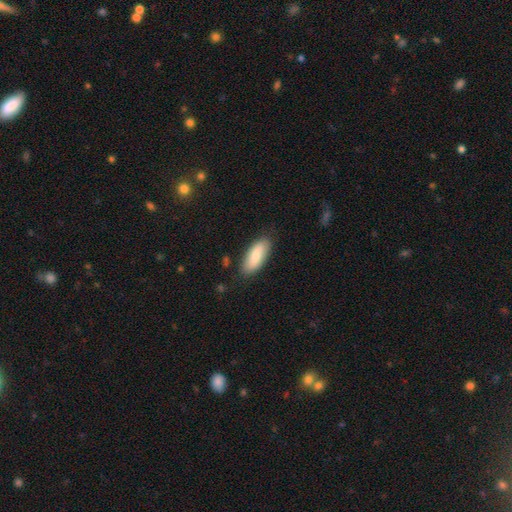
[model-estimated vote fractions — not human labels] Morphology: type=smooth (77%); roundness=in between (82%); merging=none (82%).